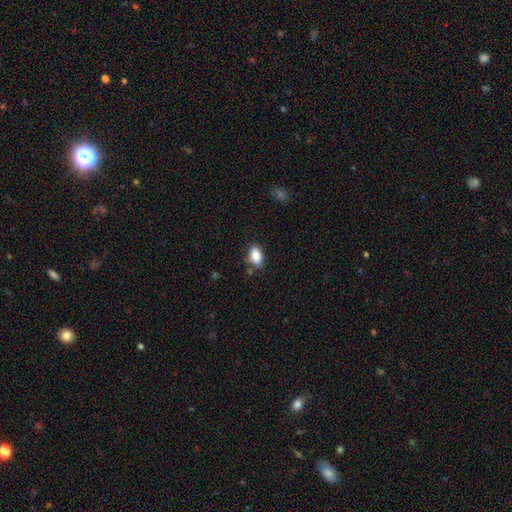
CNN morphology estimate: type=smooth (87%); roundness=in between (90%); merging=none (76%).